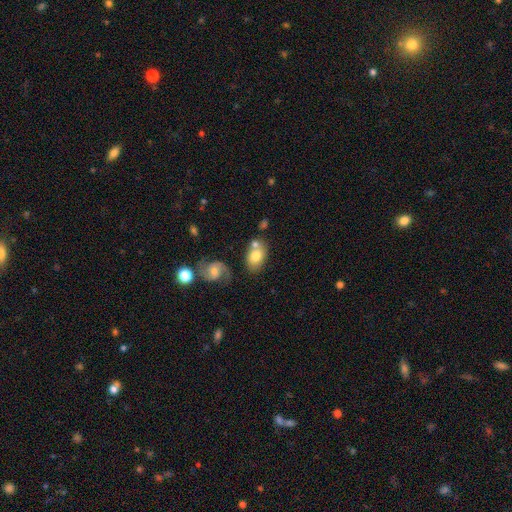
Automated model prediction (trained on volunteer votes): This is likely a smooth galaxy (70%). How rounded: likely in between (78%). Merging: possibly none (52%).